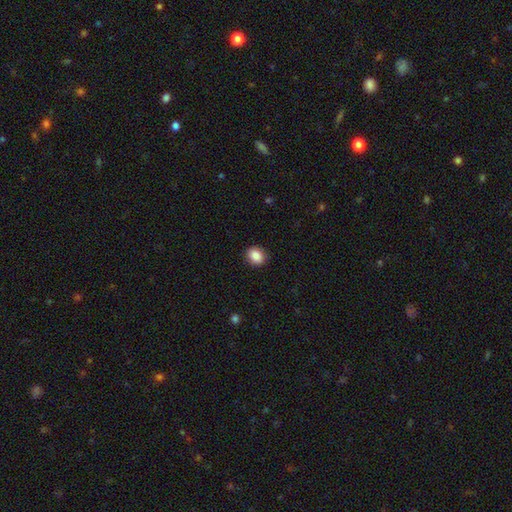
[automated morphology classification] smooth_or_featured: smooth (p=0.87) [alt: star or artifact p=0.08]
how_rounded: round (p=0.58) [alt: in between p=0.41]
merging: none (p=0.90) [alt: minor disturbance p=0.07]